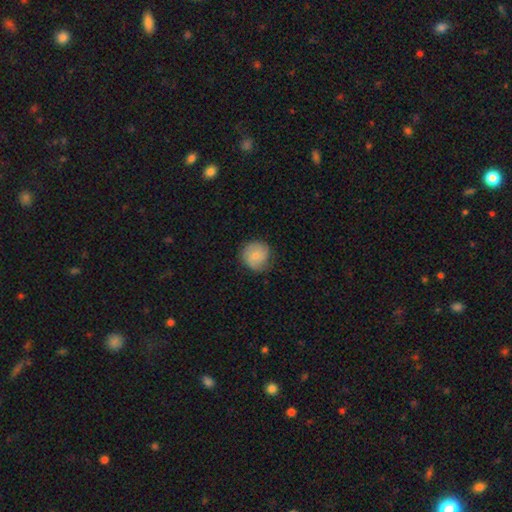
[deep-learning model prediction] Overall: smooth (69%). How rounded: round (91%). Merging: none (73%).